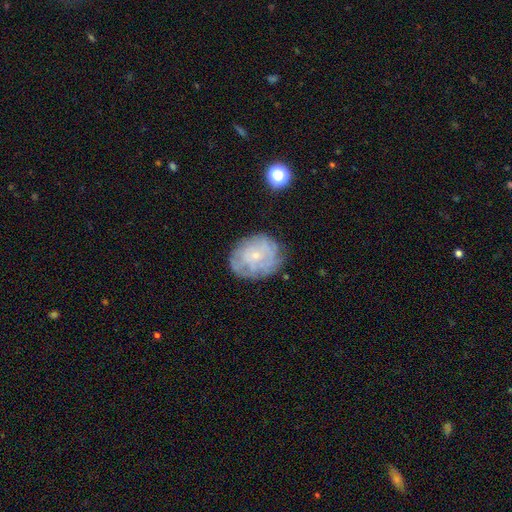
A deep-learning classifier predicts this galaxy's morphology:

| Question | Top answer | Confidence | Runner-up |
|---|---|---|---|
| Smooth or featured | featured or disk | 61% | smooth (30%) |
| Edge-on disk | no | 97% | yes (3%) |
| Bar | no | 82% | weak (15%) |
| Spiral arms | yes | 65% | no (35%) |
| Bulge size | small | 80% | moderate (15%) |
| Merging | none | 71% | minor disturbance (20%) |